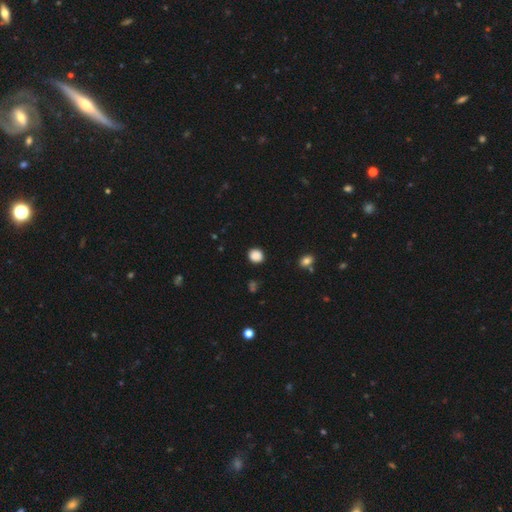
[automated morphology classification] smooth 87%, star or artifact 10%, featured or disk 3%. Down the decision tree: how rounded — round (83%); merging — none (89%).